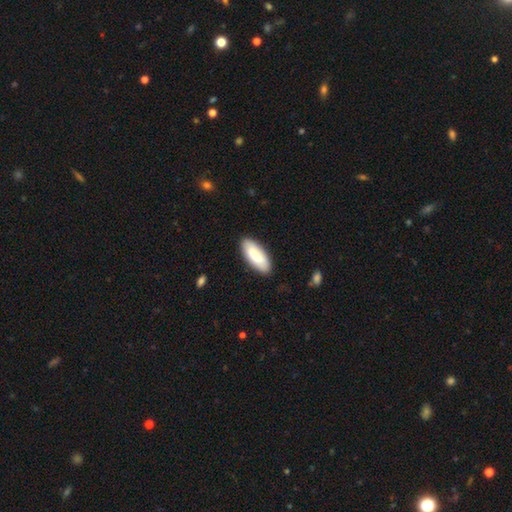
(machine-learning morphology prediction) Smooth or featured? smooth (86%)
How rounded? in between (80%)
Merging? none (88%)